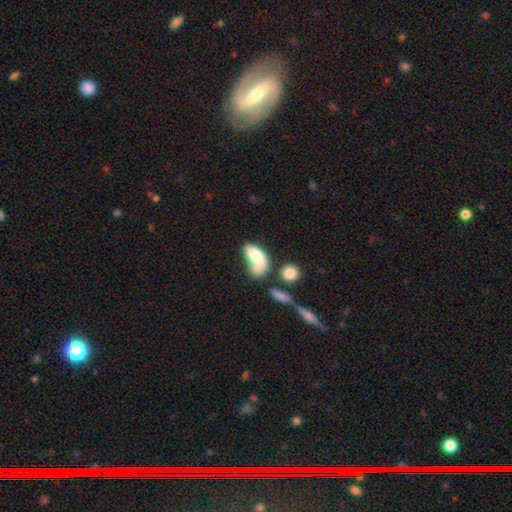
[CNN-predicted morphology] Overall: smooth (68%). How rounded: in between (89%). Merging: merger (35%; none 23%).